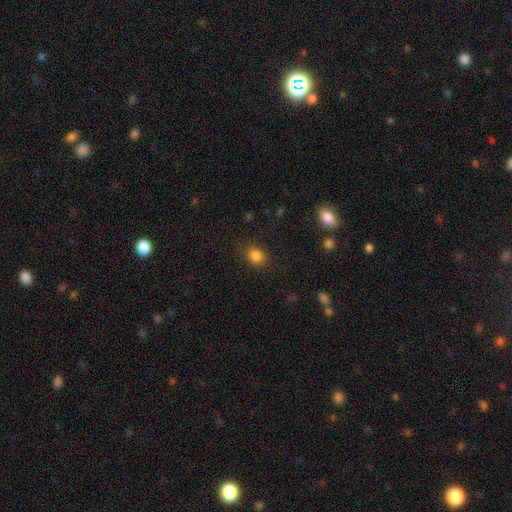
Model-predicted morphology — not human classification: Smooth or featured: smooth — 84% (star or artifact — 12%)
How rounded: round — 59% (in between — 40%)
Merging: none — 82% (minor disturbance — 12%)